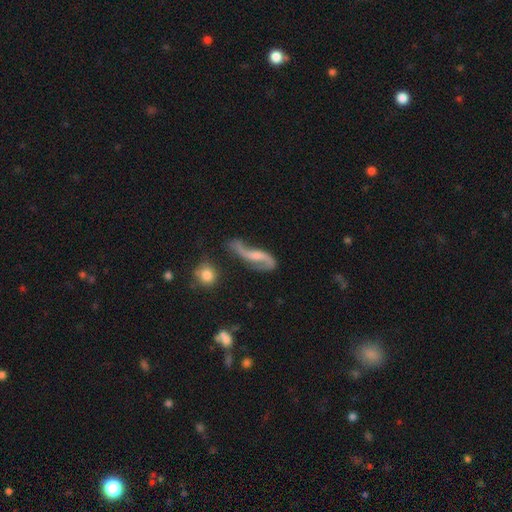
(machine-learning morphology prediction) A featured or disk galaxy (85%) with a weak bar (42%), 2 (92%) loose (75%) spiral arms (95%) and a small central bulge (37%).

Vote fractions:
- Smooth or featured? featured or disk: 85% / smooth: 9% / star or artifact: 6%
- Edge-on disk? no: 92% / yes: 8%
- Bar? weak: 42% / no: 40% / strong: 18%
- Spiral arms? yes: 95% / no: 5%
- Spiral winding? loose: 75% / medium: 20% / tight: 5%
- Spiral arm count? 2: 92% / 1: 3% / can't tell: 2% / 3: 1% / 4: 1% / more than 4: 1%
- Bulge size? small: 37% / moderate: 28% / none: 28% / large: 5% / dominant: 2%
- Merging? none: 63% / minor disturbance: 20% / major disturbance: 12% / merger: 6%